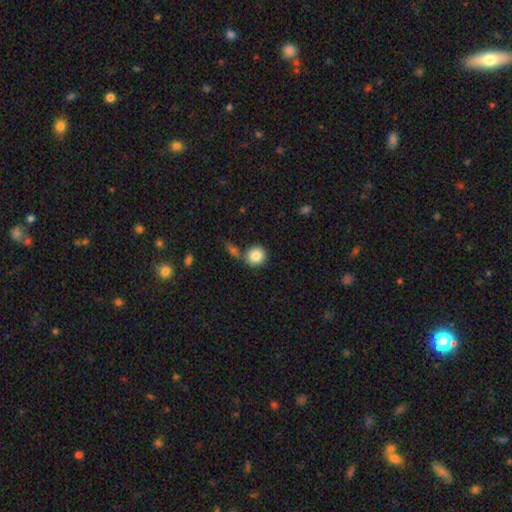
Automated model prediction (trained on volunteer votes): A smooth galaxy with no disk features (84%) that is round (90%).

Vote fractions:
- Smooth or featured? smooth: 84% / star or artifact: 9% / featured or disk: 7%
- How rounded? round: 90% / in between: 9% / cigar-shaped: 1%
- Merging? none: 66% / merger: 19% / minor disturbance: 11% / major disturbance: 4%